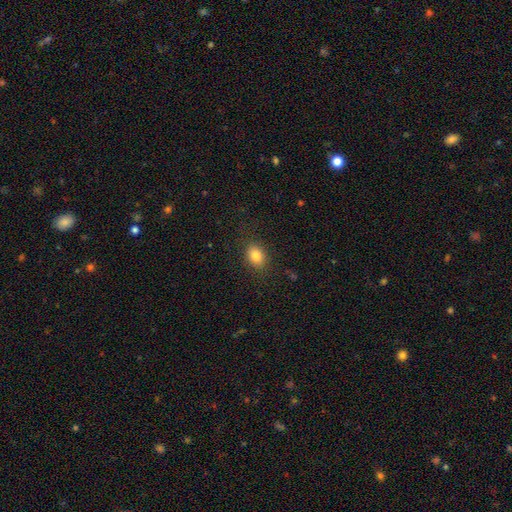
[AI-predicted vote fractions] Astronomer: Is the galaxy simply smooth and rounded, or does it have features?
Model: smooth — 84%.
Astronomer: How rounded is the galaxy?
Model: in between — 71%.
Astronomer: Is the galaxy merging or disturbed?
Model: none — 85%.